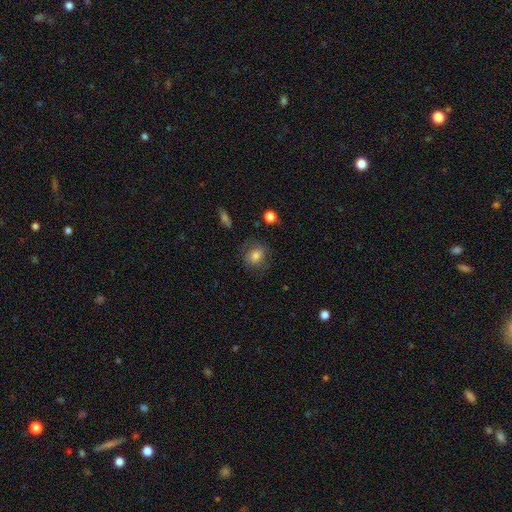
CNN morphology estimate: type=smooth (71%); roundness=round (64%); merging=none (73%).